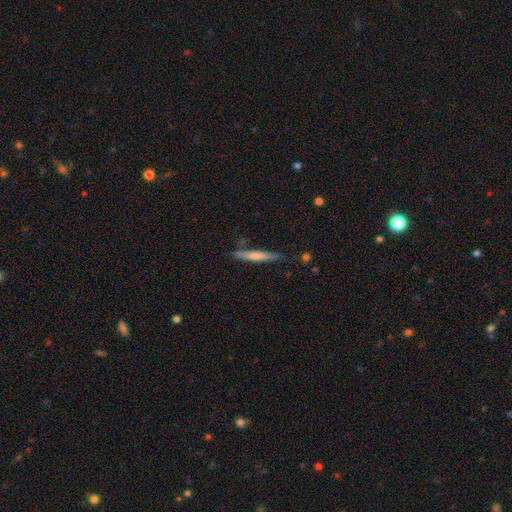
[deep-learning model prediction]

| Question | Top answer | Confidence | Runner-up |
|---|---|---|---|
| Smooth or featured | smooth | 59% | featured or disk (36%) |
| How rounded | cigar-shaped | 94% | in between (5%) |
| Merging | none | 82% | minor disturbance (13%) |